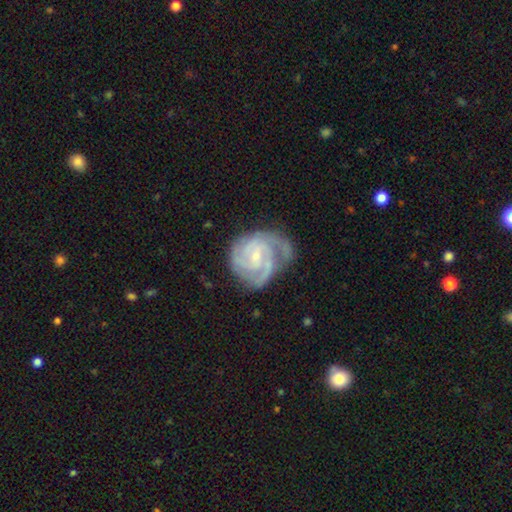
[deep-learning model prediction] smooth_or_featured: featured or disk (p=0.88) [alt: smooth p=0.07]
disk_edge_on: no (p=0.98) [alt: yes p=0.02]
bar: no (p=0.46) [alt: weak p=0.44]
has_spiral_arms: yes (p=0.97) [alt: no p=0.03]
spiral_winding: tight (p=0.64) [alt: medium p=0.31]
spiral_arm_count: 3 (p=0.43) [alt: 2 p=0.22]
bulge_size: small (p=0.67) [alt: moderate p=0.24]
merging: none (p=0.59) [alt: minor disturbance p=0.24]